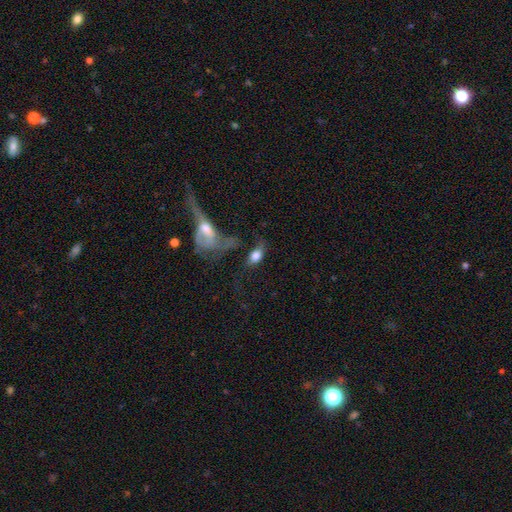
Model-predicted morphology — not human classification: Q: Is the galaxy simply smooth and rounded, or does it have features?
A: smooth — 65%.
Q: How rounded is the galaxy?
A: in between — 82%.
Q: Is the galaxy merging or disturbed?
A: merger — 29%, tied with none.